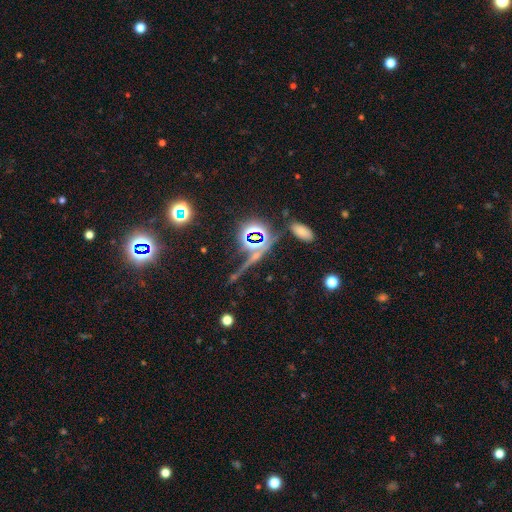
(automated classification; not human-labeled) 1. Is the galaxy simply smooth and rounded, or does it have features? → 63% star or artifact, 19% featured or disk, 18% smooth.